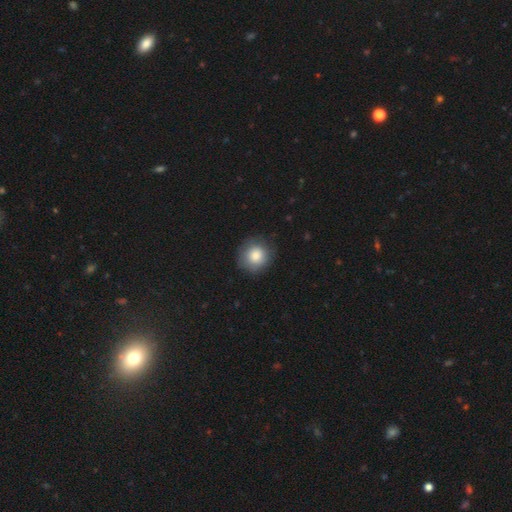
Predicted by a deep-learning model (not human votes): This is clearly a smooth galaxy (83%). How rounded: clearly round (92%). Merging: clearly none (84%).